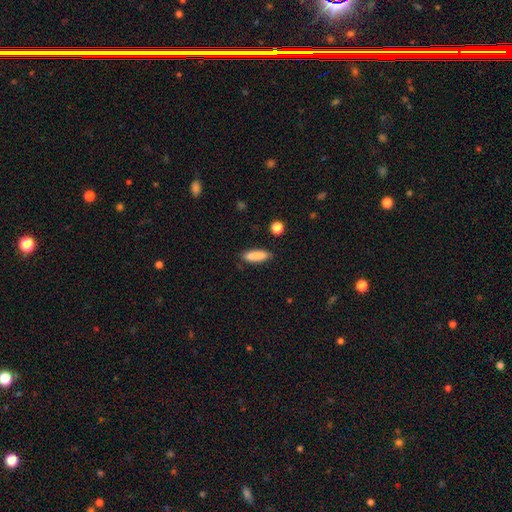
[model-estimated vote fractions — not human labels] This appears to be a smooth galaxy with no disk features (87%) that is in between round and cigar-shaped (50%). Merging: none (82%).